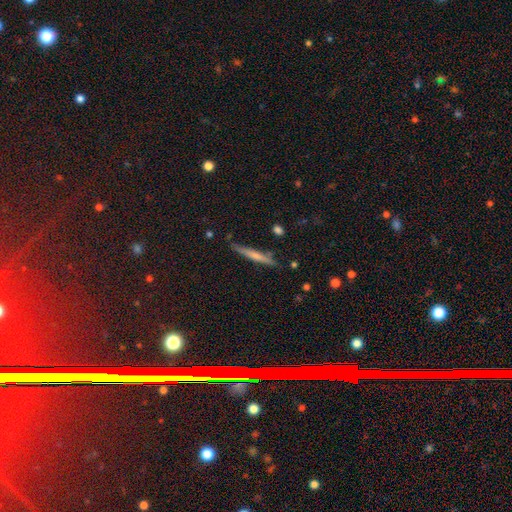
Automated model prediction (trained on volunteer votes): Q: Smooth or featured?
A: smooth (53%); runner-up: featured or disk (41%)
Q: How rounded?
A: cigar-shaped (95%); runner-up: in between (4%)
Q: Merging?
A: none (79%); runner-up: minor disturbance (15%)